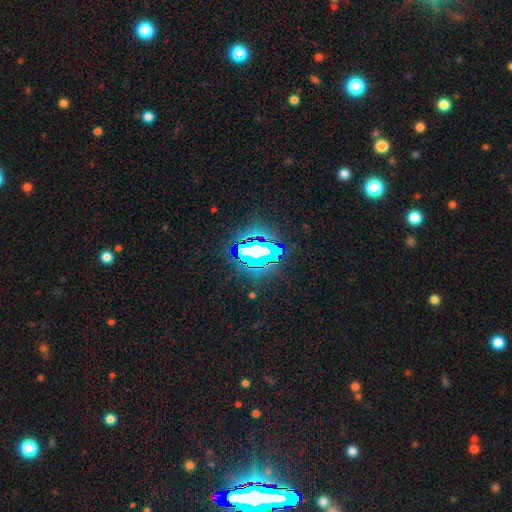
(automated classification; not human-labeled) Morphology: type=star or artifact (66%).